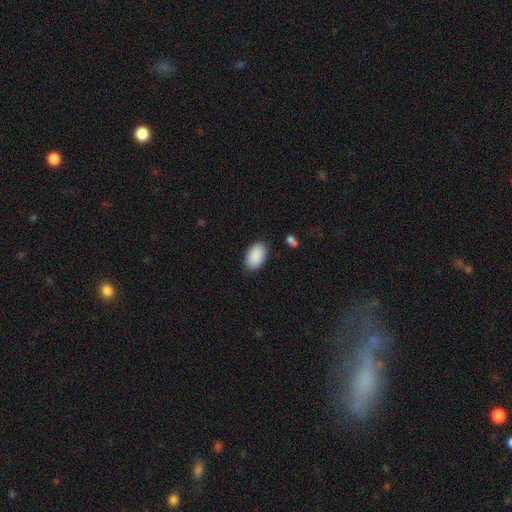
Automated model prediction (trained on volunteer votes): This appears to be a smooth galaxy with no disk features (91%) that is in between round and cigar-shaped (94%). Merging: none (86%).